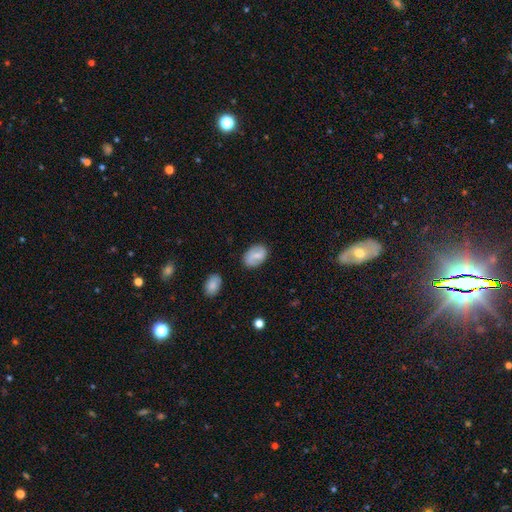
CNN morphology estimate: A smooth galaxy with no disk features (58%) that is in between round and cigar-shaped (84%).

Vote fractions:
- Smooth or featured? smooth: 58% / featured or disk: 34% / star or artifact: 8%
- How rounded? in between: 84% / round: 15% / cigar-shaped: 1%
- Merging? none: 80% / minor disturbance: 15% / major disturbance: 3% / merger: 2%